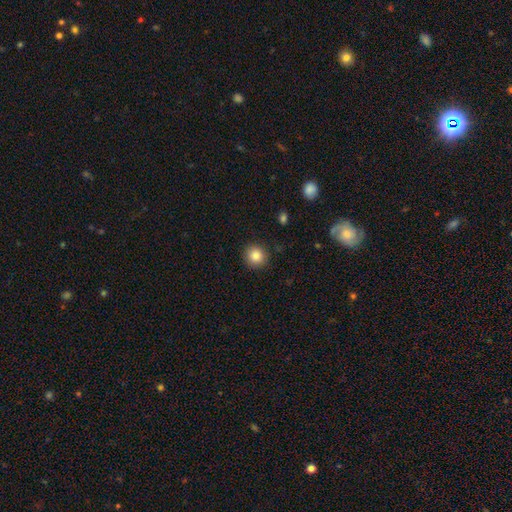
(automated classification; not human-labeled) Morphology: type=smooth (86%); roundness=round (90%); merging=none (89%).